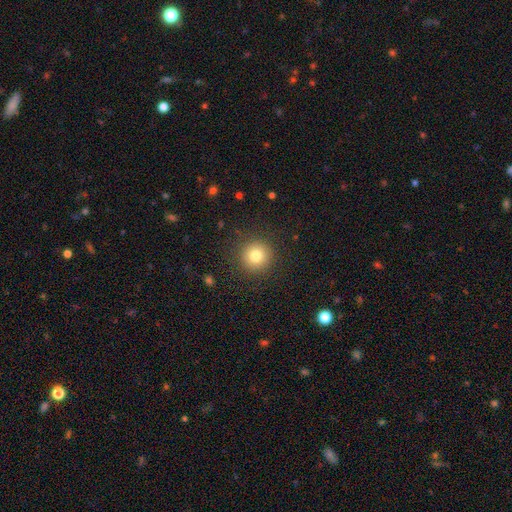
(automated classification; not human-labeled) smooth_or_featured: smooth (p=0.80) [alt: star or artifact p=0.12]
how_rounded: round (p=0.95) [alt: in between p=0.05]
merging: none (p=0.90) [alt: minor disturbance p=0.06]